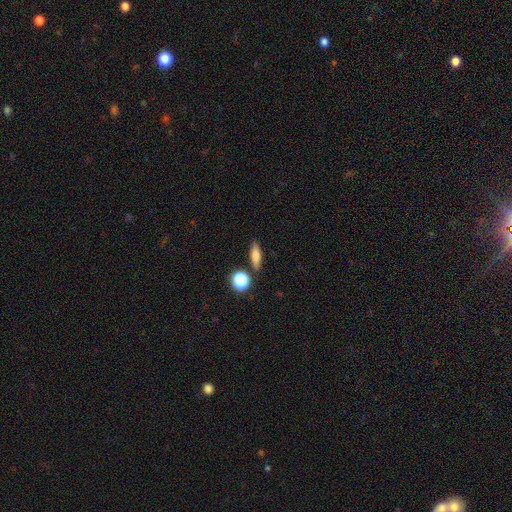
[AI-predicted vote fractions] A smooth galaxy with no disk features (65%) that is cigar-shaped (45%).

Vote fractions:
- Smooth or featured? smooth: 65% / featured or disk: 24% / star or artifact: 11%
- How rounded? cigar-shaped: 45% / in between: 43% / round: 12%
- Merging? none: 84% / minor disturbance: 9% / merger: 5% / major disturbance: 2%